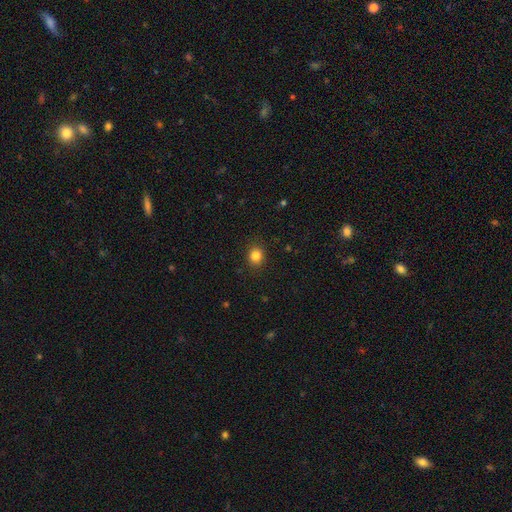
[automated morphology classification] smooth 84%, star or artifact 12%, featured or disk 5%. Down the decision tree: how rounded — round (77%); merging — none (88%).